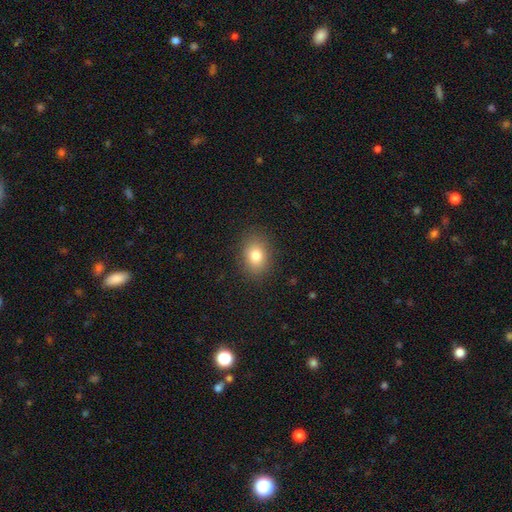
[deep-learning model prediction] This is clearly a smooth galaxy (81%). How rounded: likely in between (69%). Merging: clearly none (86%).